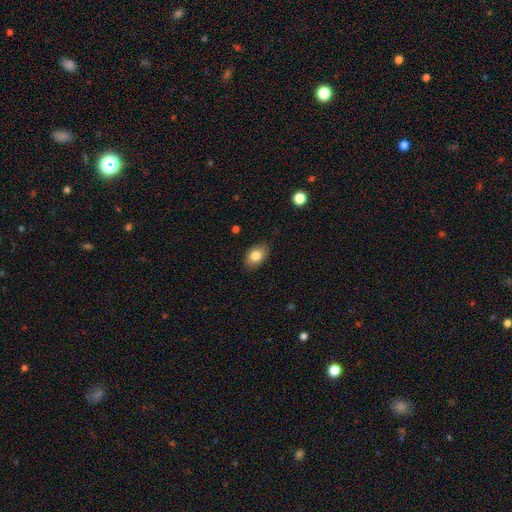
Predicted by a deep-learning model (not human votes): smooth_or_featured: smooth (p=0.83) [alt: featured or disk p=0.09]
how_rounded: in between (p=0.83) [alt: round p=0.16]
merging: none (p=0.85) [alt: minor disturbance p=0.12]